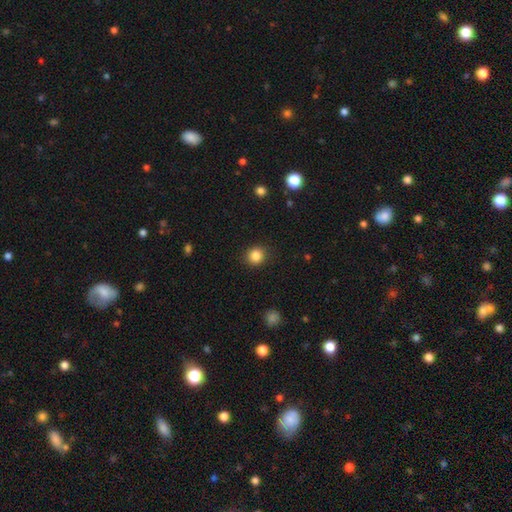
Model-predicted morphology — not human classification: Smooth or featured?
  - smooth: 85% *
  - star or artifact: 11%
  - featured or disk: 4%
How rounded?
  - round: 86% *
  - in between: 13%
  - cigar-shaped: 1%
Merging?
  - none: 89% *
  - minor disturbance: 8%
  - major disturbance: 2%
  - merger: 1%